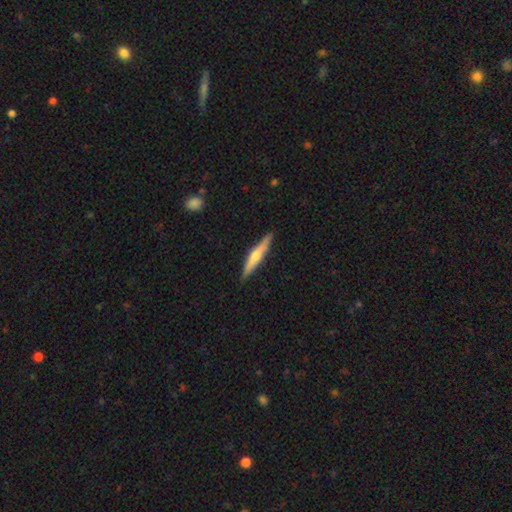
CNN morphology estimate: smooth_or_featured: featured or disk (p=0.57) [alt: smooth p=0.38]
disk_edge_on: yes (p=0.96) [alt: no p=0.04]
edge_on_bulge: rounded (p=0.85) [alt: none p=0.10]
merging: none (p=0.89) [alt: minor disturbance p=0.08]